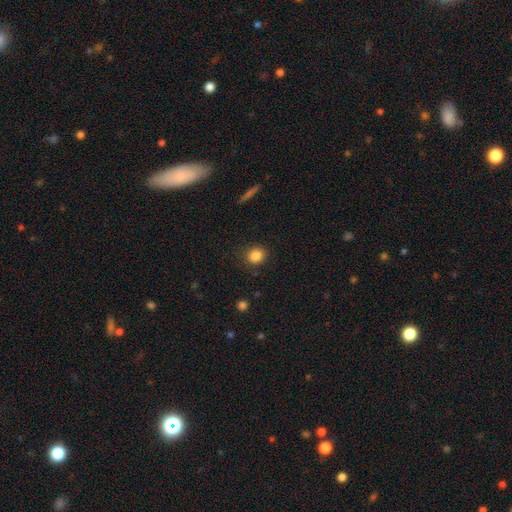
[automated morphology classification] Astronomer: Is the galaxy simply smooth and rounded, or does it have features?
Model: smooth — 85%.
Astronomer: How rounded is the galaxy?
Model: round — 80%.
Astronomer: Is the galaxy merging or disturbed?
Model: none — 87%.